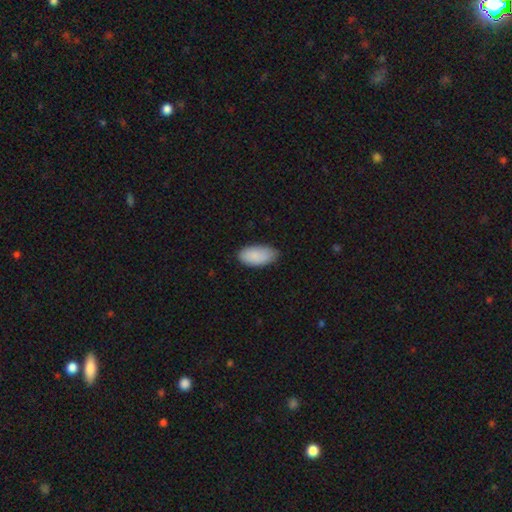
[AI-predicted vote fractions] Morphology: type=smooth (89%); roundness=in between (95%); merging=none (79%).